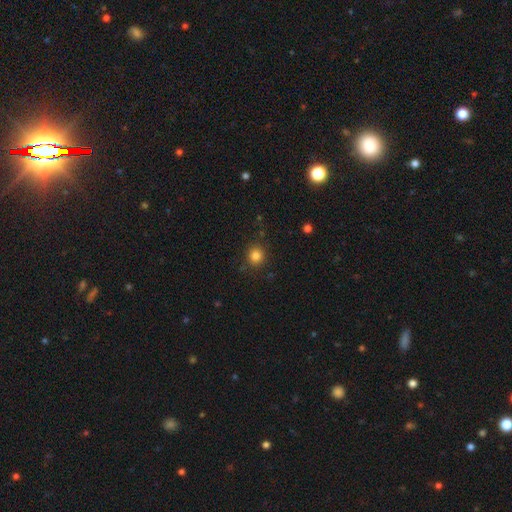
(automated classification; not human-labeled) A smooth galaxy with no disk features (82%) that is round (89%).

Vote fractions:
- Smooth or featured? smooth: 82% / star or artifact: 13% / featured or disk: 5%
- How rounded? round: 89% / in between: 10% / cigar-shaped: 1%
- Merging? none: 86% / minor disturbance: 9% / major disturbance: 3% / merger: 2%